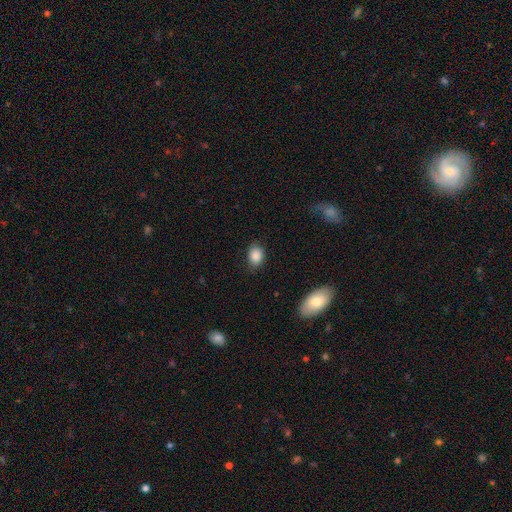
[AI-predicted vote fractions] Smooth or featured: smooth — 88% (star or artifact — 8%)
How rounded: in between — 72% (round — 27%)
Merging: none — 78% (minor disturbance — 17%)